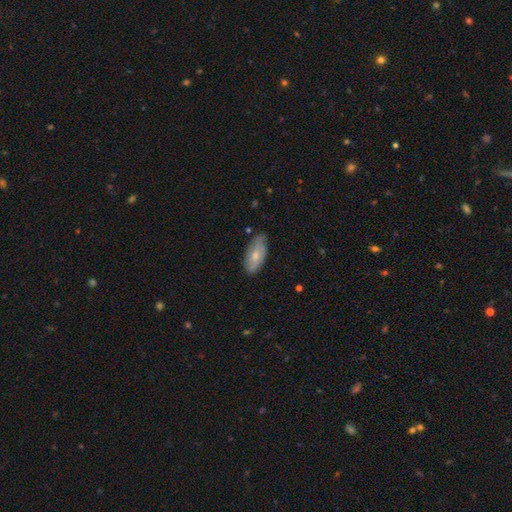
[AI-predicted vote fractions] smooth-or-featured: smooth: 61% | featured or disk: 33% | star or artifact: 6%
  how-rounded: in between: 88% | cigar-shaped: 9% | round: 3%
  merging: none: 72% | minor disturbance: 23% | major disturbance: 4% | merger: 1%